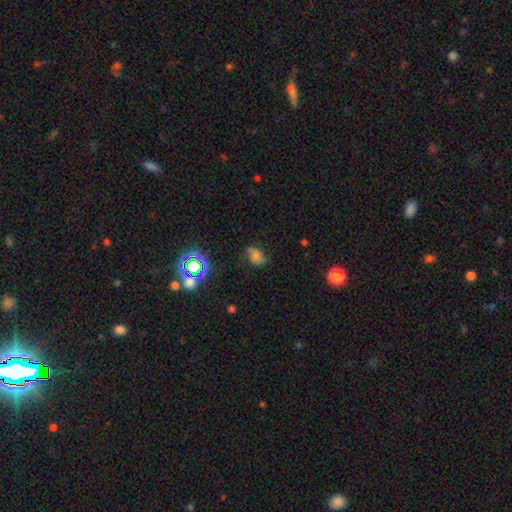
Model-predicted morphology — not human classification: Smooth or featured: smooth — 45% (featured or disk — 34%)
Merging: none — 58% (minor disturbance — 28%)